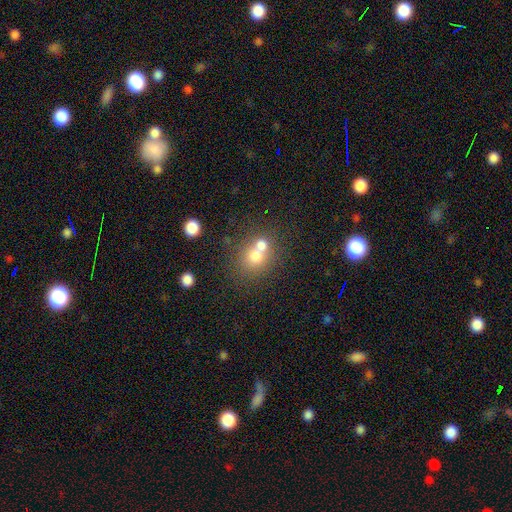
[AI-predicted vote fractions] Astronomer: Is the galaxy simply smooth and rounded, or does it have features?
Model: smooth — 70%.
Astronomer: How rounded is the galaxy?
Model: round — 78%.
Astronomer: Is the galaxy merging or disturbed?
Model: merger — 55% (runner-up: none, 36%).